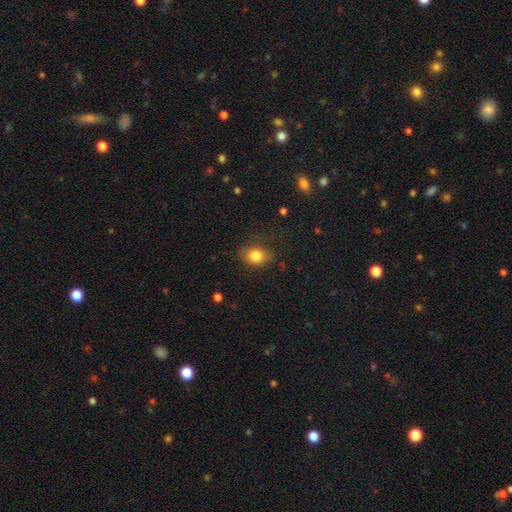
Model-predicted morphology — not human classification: Q: Smooth or featured?
A: smooth (83%); runner-up: star or artifact (10%)
Q: How rounded?
A: in between (55%); runner-up: round (44%)
Q: Merging?
A: none (74%); runner-up: minor disturbance (18%)